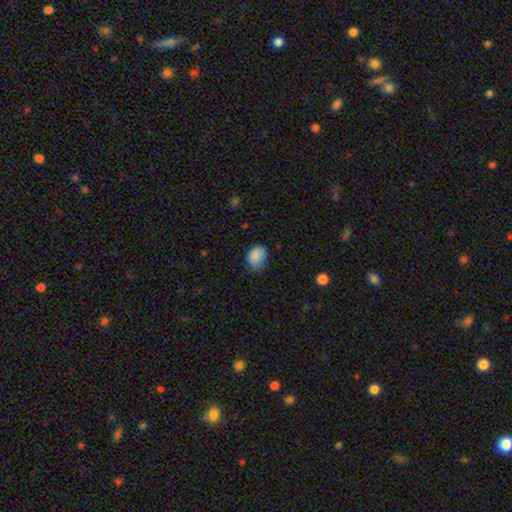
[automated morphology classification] smooth_or_featured: smooth (p=0.85) [alt: star or artifact p=0.09]
how_rounded: in between (p=0.66) [alt: round p=0.33]
merging: none (p=0.59) [alt: minor disturbance p=0.31]